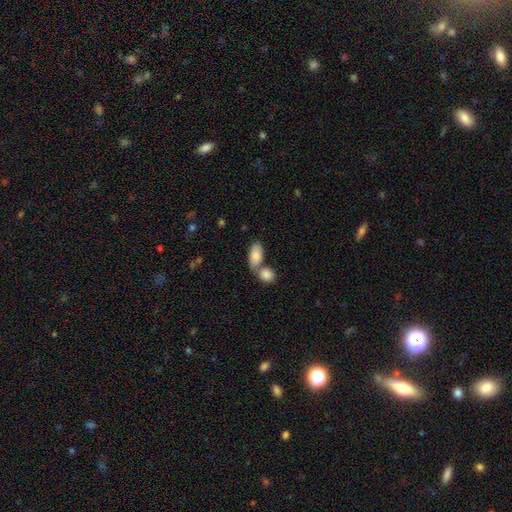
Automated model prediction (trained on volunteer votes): smooth-or-featured: smooth: 86% | featured or disk: 8% | star or artifact: 6%
  how-rounded: in between: 90% | cigar-shaped: 5% | round: 5%
  merging: merger: 51% | none: 36% | minor disturbance: 10% | major disturbance: 4%